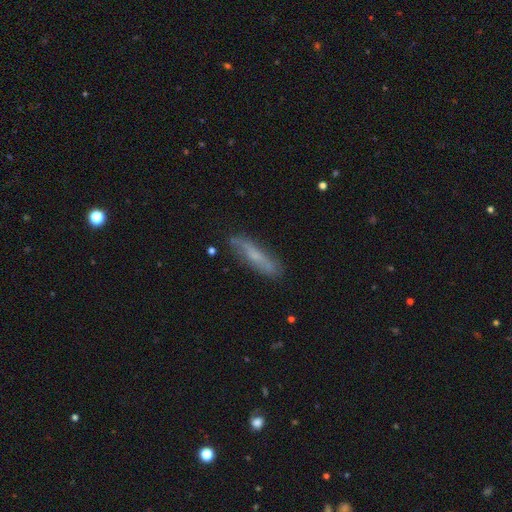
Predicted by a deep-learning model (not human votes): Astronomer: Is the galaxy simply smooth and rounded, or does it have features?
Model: smooth — 49% (runner-up: featured or disk, 43%).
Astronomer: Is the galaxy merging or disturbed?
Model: none — 77%.